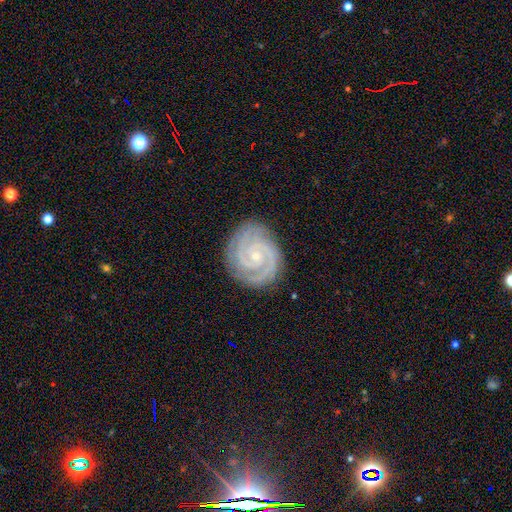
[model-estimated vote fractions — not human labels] This appears to be a featured or disk galaxy (92%) with no bar (67%), 2 (73%) tight (82%) spiral arms (99%) and a small central bulge (81%). Merging: none (85%).